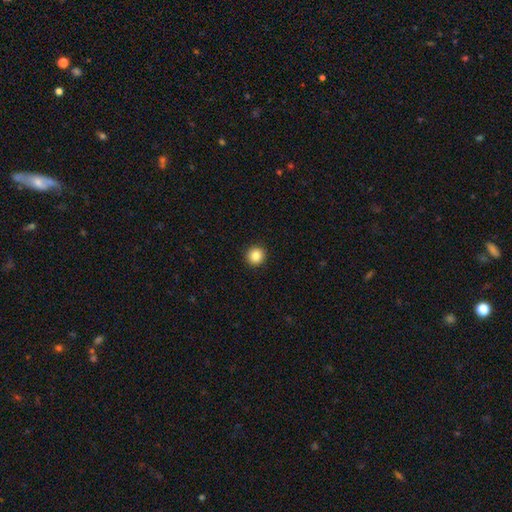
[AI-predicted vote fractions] Smooth or featured? Predicted: smooth (p=0.86). How rounded? Predicted: round (p=0.95). Merging? Predicted: none (p=0.94).